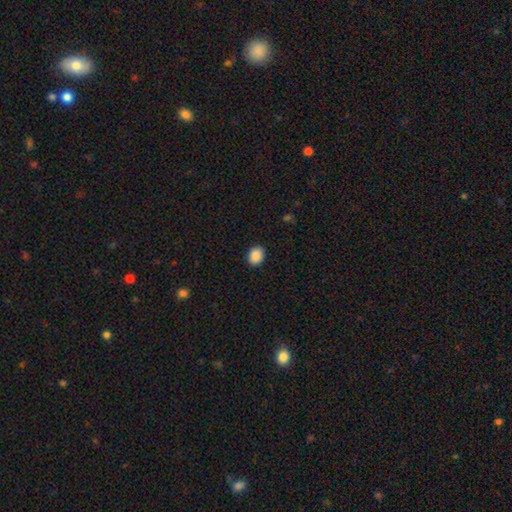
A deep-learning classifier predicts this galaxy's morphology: A smooth galaxy with no disk features (89%) that is in between round and cigar-shaped (56%). Merging: none (90%).